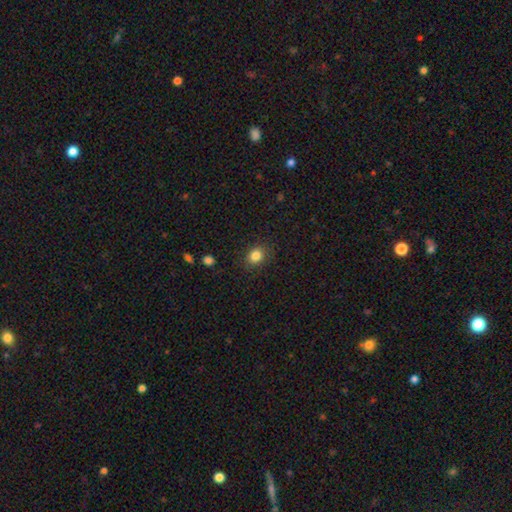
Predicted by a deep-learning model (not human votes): Smooth or featured: smooth — 84% (star or artifact — 11%)
How rounded: round — 52% (in between — 47%)
Merging: none — 86% (minor disturbance — 10%)